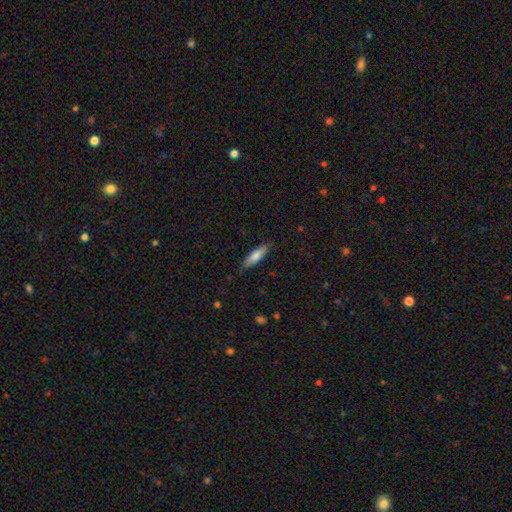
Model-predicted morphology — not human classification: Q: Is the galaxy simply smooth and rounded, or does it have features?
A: smooth — 72%.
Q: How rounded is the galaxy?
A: cigar-shaped — 69%.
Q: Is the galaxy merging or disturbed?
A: none — 83%.